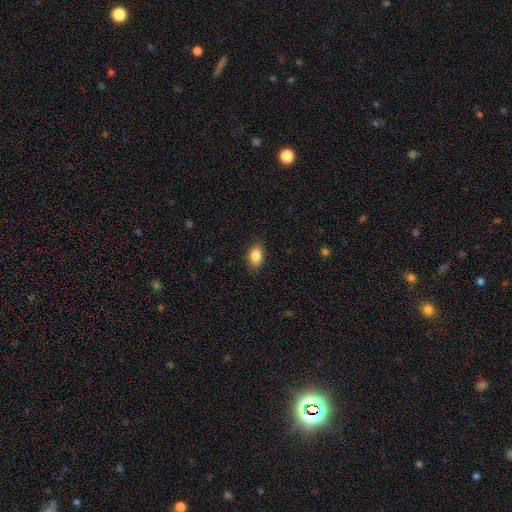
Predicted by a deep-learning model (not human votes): Morphology: type=smooth (86%); roundness=in between (87%); merging=none (86%).